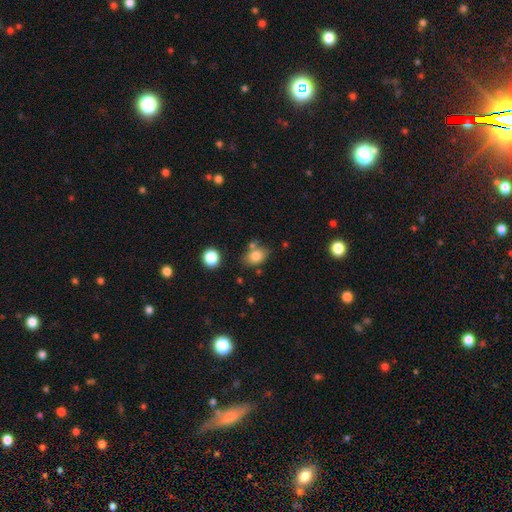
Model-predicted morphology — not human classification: A smooth galaxy with no disk features (81%) that is in between round and cigar-shaped (71%). Merging: none (66%).